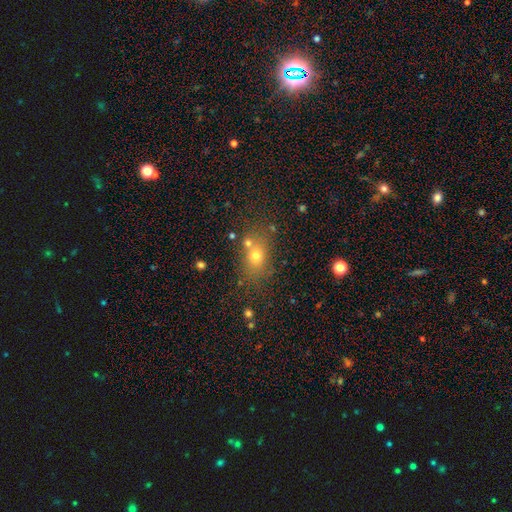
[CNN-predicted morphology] smooth-or-featured: smooth: 68% | star or artifact: 17% | featured or disk: 14%
  how-rounded: in between: 55% | round: 43% | cigar-shaped: 2%
  merging: none: 64% | merger: 18% | minor disturbance: 13% | major disturbance: 6%